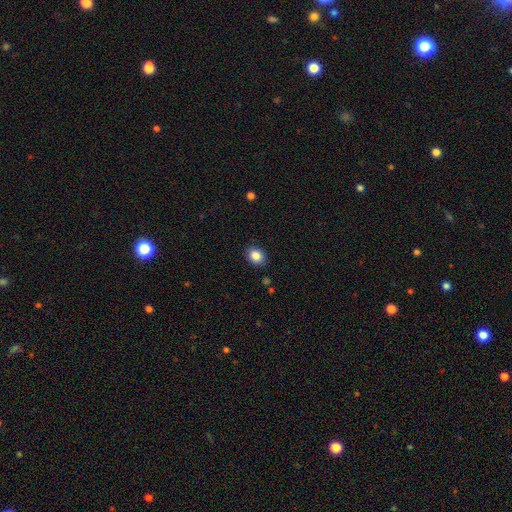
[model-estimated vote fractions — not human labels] smooth_or_featured: smooth (p=0.86) [alt: star or artifact p=0.09]
how_rounded: in between (p=0.62) [alt: round p=0.37]
merging: none (p=0.88) [alt: minor disturbance p=0.09]